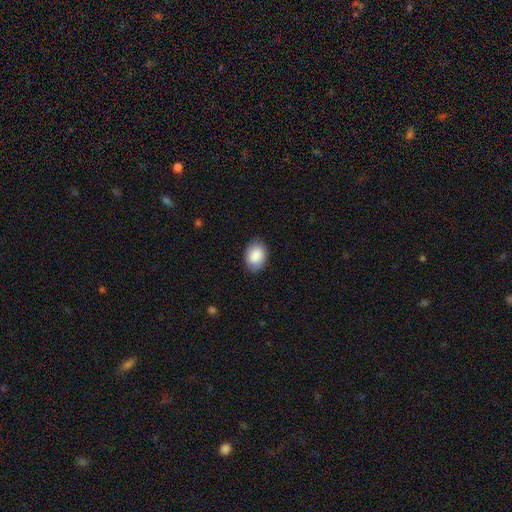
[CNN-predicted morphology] This appears to be a smooth galaxy with no disk features (88%) that is in between round and cigar-shaped (81%). Merging: none (85%).